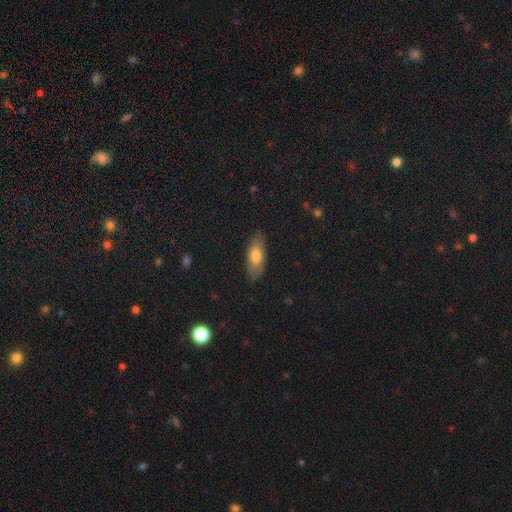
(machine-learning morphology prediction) A smooth galaxy with no disk features (72%) that is in between round and cigar-shaped (76%). Merging: none (83%).